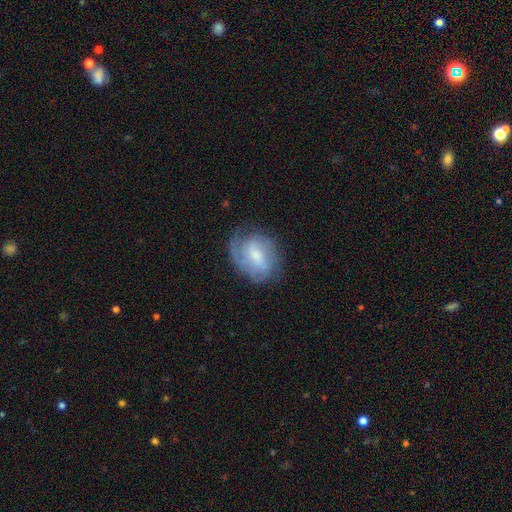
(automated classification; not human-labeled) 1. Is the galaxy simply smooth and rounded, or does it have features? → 61% featured or disk, 32% smooth, 7% star or artifact.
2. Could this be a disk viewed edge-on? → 97% no, 3% yes.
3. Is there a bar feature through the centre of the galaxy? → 50% weak, 35% no, 15% strong.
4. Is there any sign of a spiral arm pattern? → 83% yes, 17% no.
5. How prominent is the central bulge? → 42% small, 40% moderate, 10% none, 7% large, 1% dominant.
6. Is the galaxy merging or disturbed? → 61% none, 24% minor disturbance, 13% major disturbance, 1% merger.